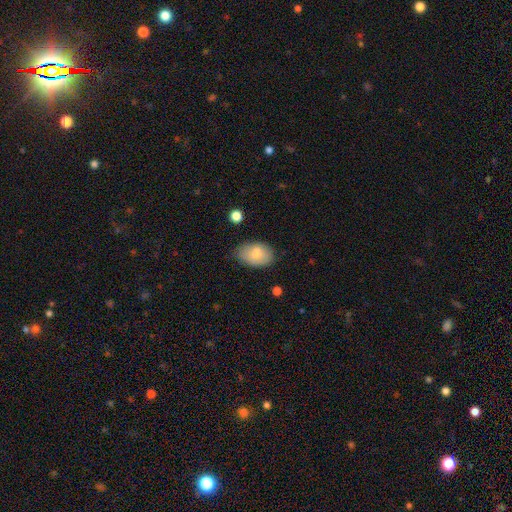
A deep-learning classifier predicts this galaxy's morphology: Overall: smooth (79%). How rounded: in between (90%). Merging: none (65%; minor disturbance 25%).